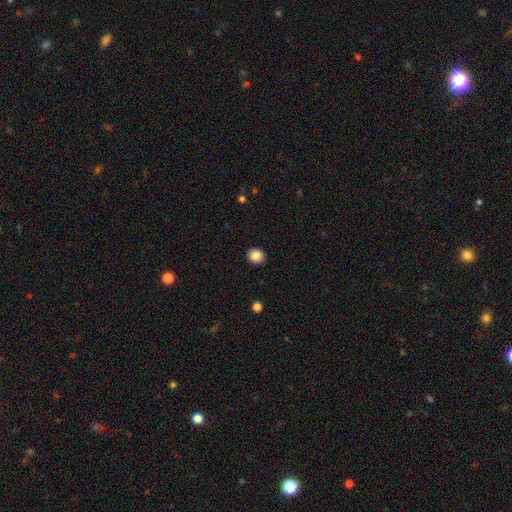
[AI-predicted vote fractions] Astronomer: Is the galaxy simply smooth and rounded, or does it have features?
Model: smooth — 87%.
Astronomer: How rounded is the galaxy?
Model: round — 77%.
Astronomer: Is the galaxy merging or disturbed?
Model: none — 91%.